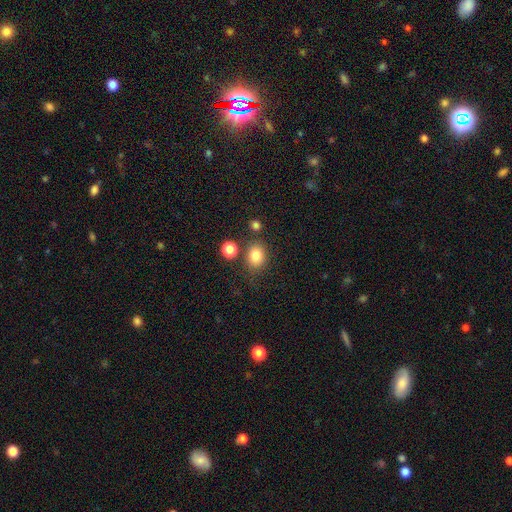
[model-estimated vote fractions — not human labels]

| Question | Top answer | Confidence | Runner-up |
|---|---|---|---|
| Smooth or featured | smooth | 83% | star or artifact (11%) |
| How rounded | round | 54% | in between (45%) |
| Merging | none | 73% | minor disturbance (13%) |